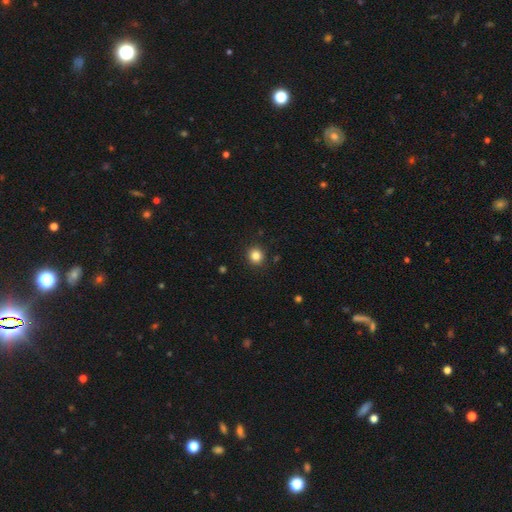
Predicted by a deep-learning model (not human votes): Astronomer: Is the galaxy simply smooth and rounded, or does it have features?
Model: smooth — 85%.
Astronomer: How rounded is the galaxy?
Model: round — 89%.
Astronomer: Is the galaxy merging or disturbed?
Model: none — 92%.